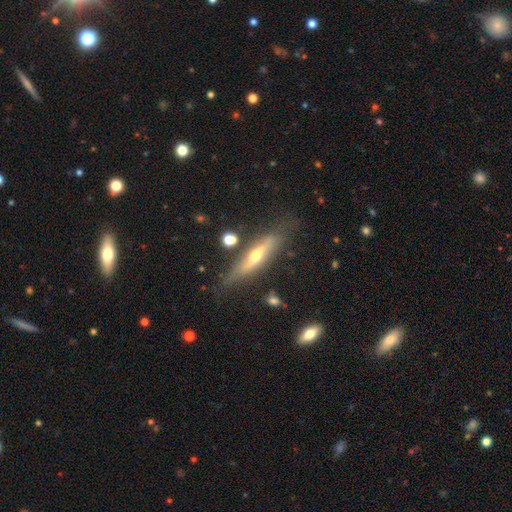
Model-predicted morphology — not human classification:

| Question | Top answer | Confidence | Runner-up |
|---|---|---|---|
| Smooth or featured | featured or disk | 64% | smooth (29%) |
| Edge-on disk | yes | 86% | no (14%) |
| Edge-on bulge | rounded | 87% | none (9%) |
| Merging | none | 73% | minor disturbance (18%) |